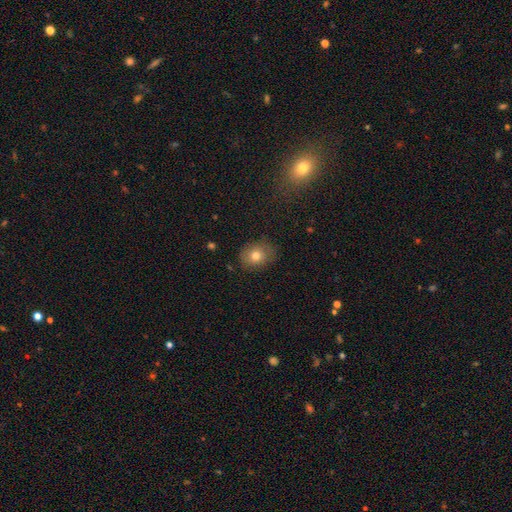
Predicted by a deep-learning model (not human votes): Smooth or featured? Predicted: smooth (p=0.77). How rounded? Predicted: round (p=0.60). Merging? Predicted: none (p=0.80).